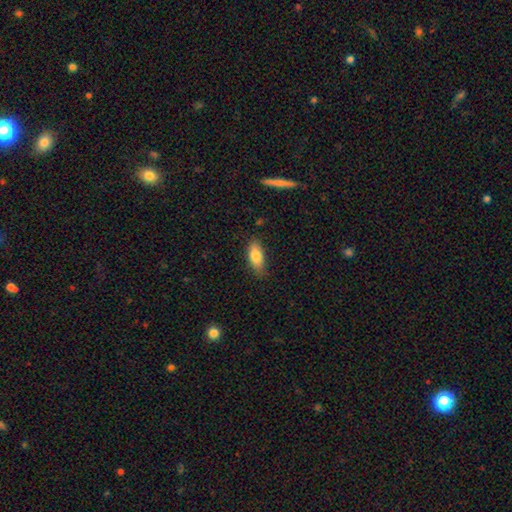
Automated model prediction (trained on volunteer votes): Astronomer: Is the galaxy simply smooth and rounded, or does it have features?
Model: smooth — 82%.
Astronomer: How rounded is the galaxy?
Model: in between — 80%.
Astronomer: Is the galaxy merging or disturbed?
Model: none — 80%.